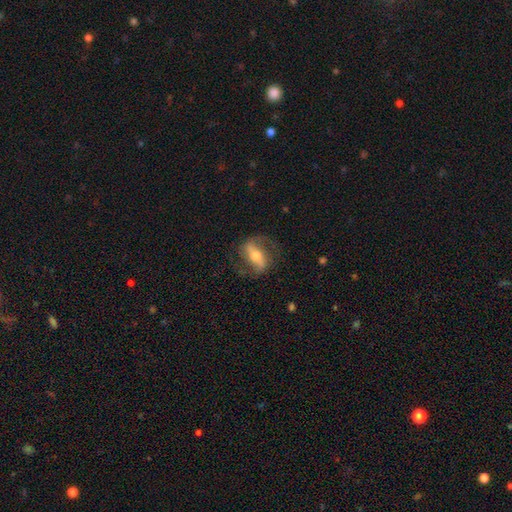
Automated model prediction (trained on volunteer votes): Morphology: type=featured or disk (78%); edge-on=no (89%); bar=strong (56%); spiral arms=yes (88%); winding=loose (43%); arm count=2 (89%); bulge=moderate (63%); merging=none (74%).